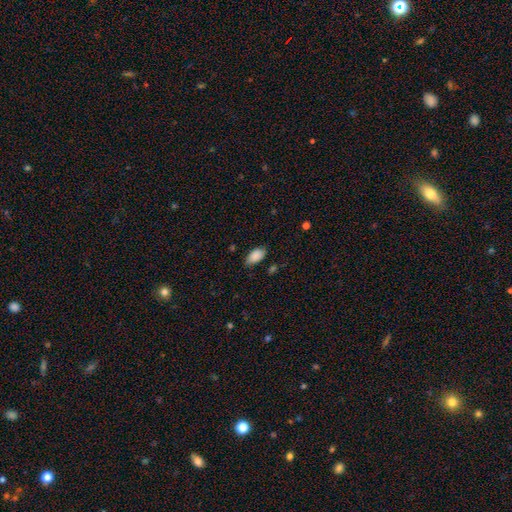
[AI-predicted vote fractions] Smooth or featured: smooth — 88% (star or artifact — 7%)
How rounded: in between — 94% (round — 4%)
Merging: none — 75% (minor disturbance — 20%)